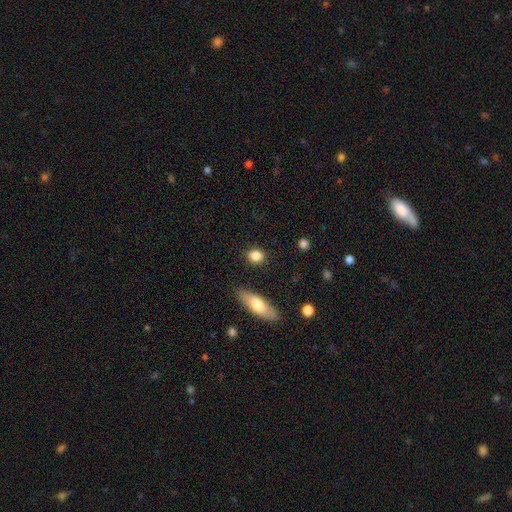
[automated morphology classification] Q: Smooth or featured?
A: smooth (84%); runner-up: star or artifact (9%)
Q: How rounded?
A: round (55%); runner-up: in between (41%)
Q: Merging?
A: none (87%); runner-up: minor disturbance (8%)